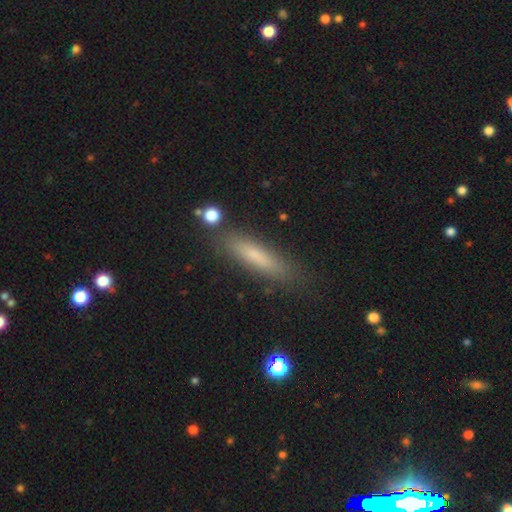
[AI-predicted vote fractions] Smooth or featured? smooth (70%)
How rounded? cigar-shaped (80%)
Merging? none (82%)